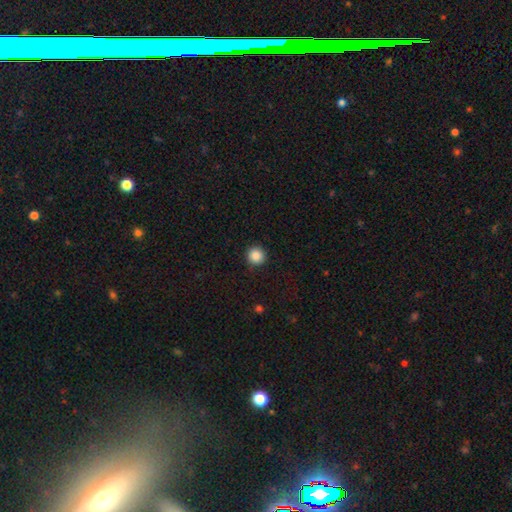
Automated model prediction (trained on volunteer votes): Smooth or featured? Predicted: smooth (p=0.87). How rounded? Predicted: round (p=0.96). Merging? Predicted: none (p=0.92).